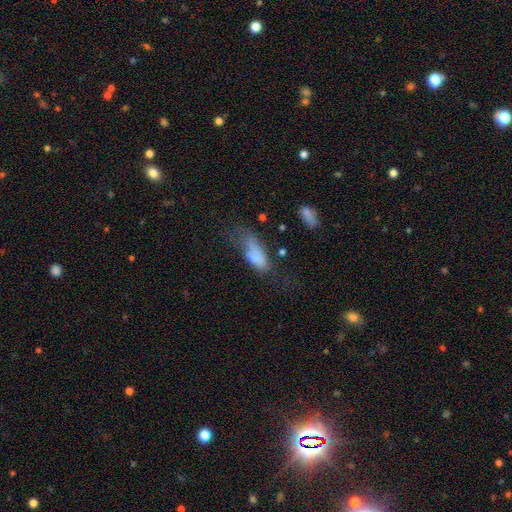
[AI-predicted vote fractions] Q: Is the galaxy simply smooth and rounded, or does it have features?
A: smooth — 72%.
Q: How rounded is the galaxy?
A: in between — 79%.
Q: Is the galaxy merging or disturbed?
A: major disturbance — 44%.